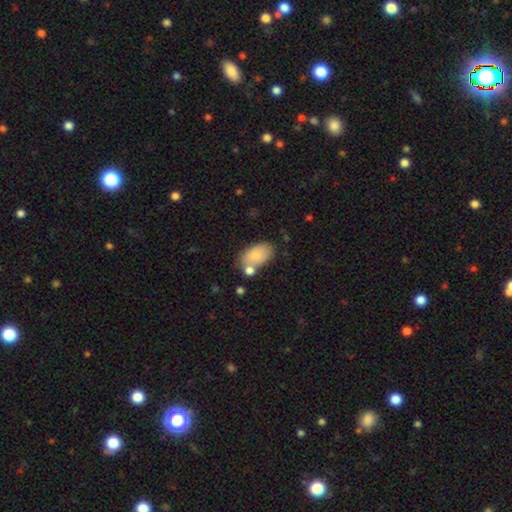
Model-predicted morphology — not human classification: This is likely a smooth galaxy (78%). How rounded: clearly in between (92%). Merging: possibly none (56%).